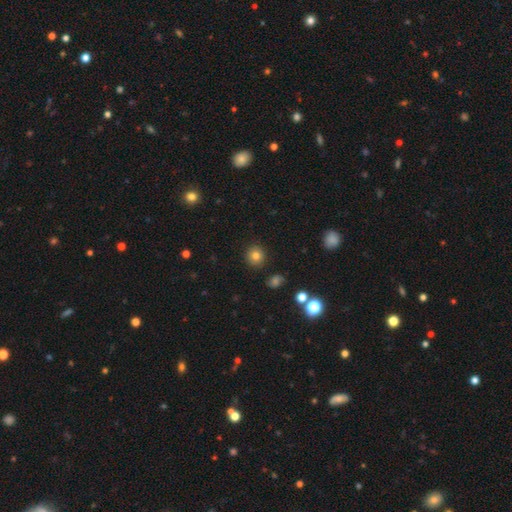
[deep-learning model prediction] This is clearly a smooth galaxy (80%). How rounded: clearly round (91%). Merging: clearly none (90%).